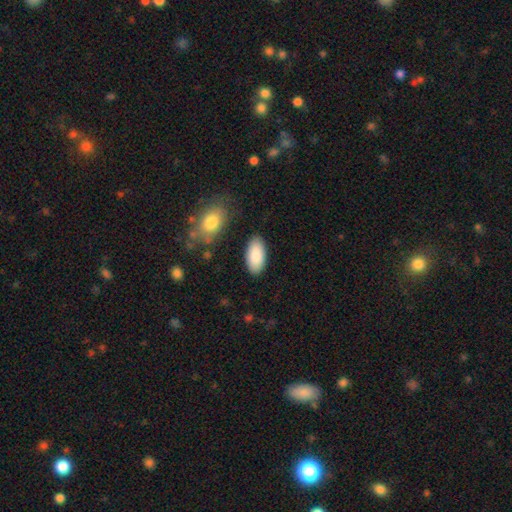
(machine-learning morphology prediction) Smooth or featured: smooth — 88% (featured or disk — 6%)
How rounded: in between — 94% (cigar-shaped — 4%)
Merging: none — 85% (minor disturbance — 10%)